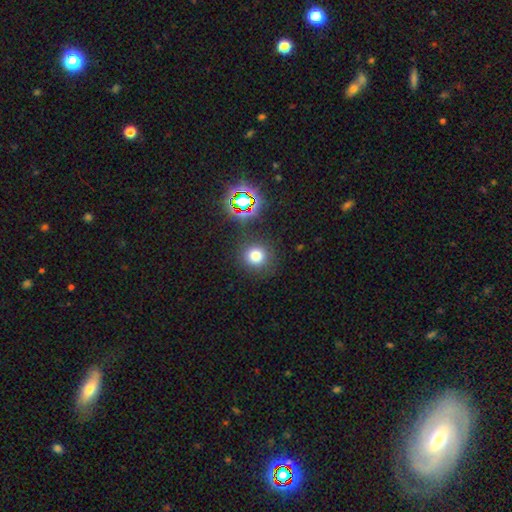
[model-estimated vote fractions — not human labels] Q: Smooth or featured?
A: smooth (74%); runner-up: star or artifact (19%)
Q: How rounded?
A: round (90%); runner-up: in between (9%)
Q: Merging?
A: none (86%); runner-up: minor disturbance (8%)